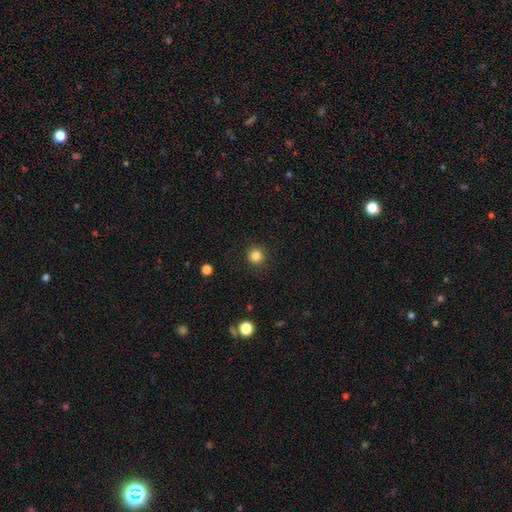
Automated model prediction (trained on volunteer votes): Smooth or featured? smooth (84%)
How rounded? round (95%)
Merging? none (91%)